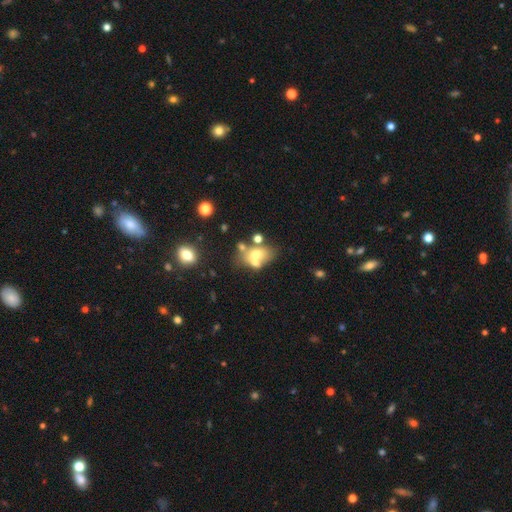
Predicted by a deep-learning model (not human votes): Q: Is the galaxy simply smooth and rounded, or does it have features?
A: smooth — 59%.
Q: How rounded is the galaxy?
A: in between — 68%.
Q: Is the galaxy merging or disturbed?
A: merger — 45%.